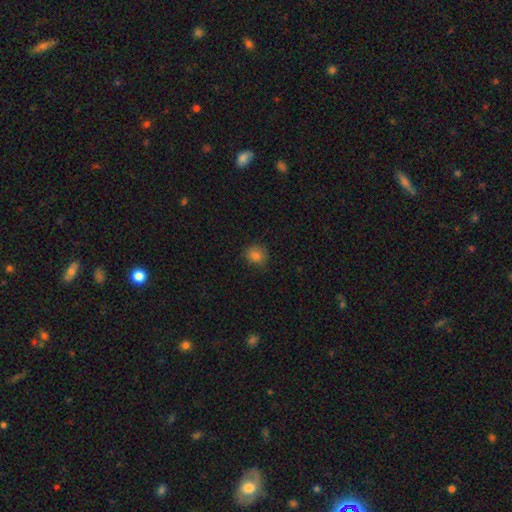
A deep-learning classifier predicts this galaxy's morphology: Smooth or featured? Predicted: smooth (p=0.81). How rounded? Predicted: round (p=0.84). Merging? Predicted: none (p=0.81).